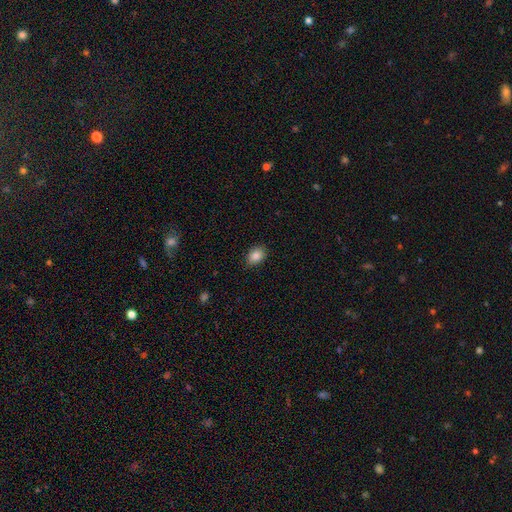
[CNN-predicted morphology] Q: Smooth or featured?
A: smooth (86%); runner-up: star or artifact (9%)
Q: How rounded?
A: in between (68%); runner-up: round (31%)
Q: Merging?
A: none (84%); runner-up: minor disturbance (13%)